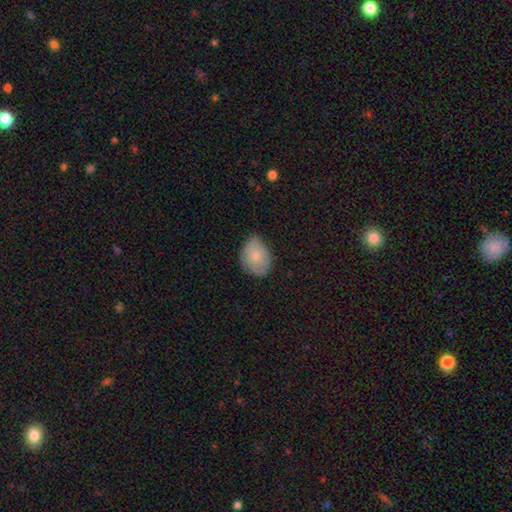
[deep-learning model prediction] Smooth or featured? smooth (75%)
How rounded? in between (67%)
Merging? none (65%)